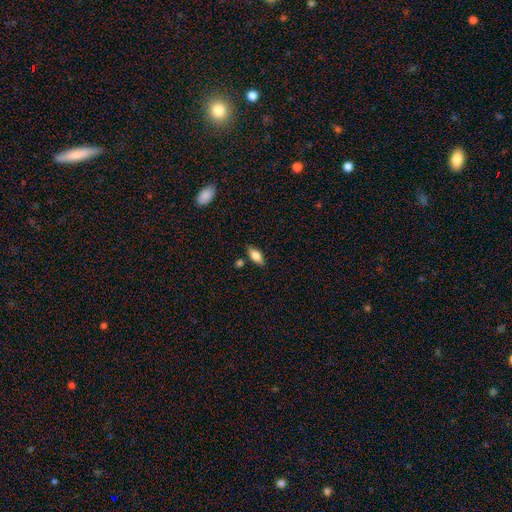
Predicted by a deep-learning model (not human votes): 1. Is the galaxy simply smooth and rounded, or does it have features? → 74% smooth, 19% featured or disk, 7% star or artifact.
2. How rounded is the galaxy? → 83% in between, 14% cigar-shaped, 3% round.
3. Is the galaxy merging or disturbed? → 81% none, 12% minor disturbance, 5% merger, 3% major disturbance.